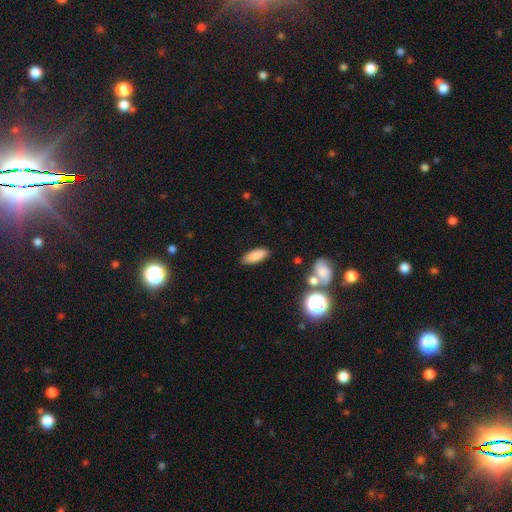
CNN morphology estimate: Smooth or featured: smooth — 86% (star or artifact — 8%)
How rounded: in between — 75% (cigar-shaped — 23%)
Merging: none — 86% (minor disturbance — 9%)